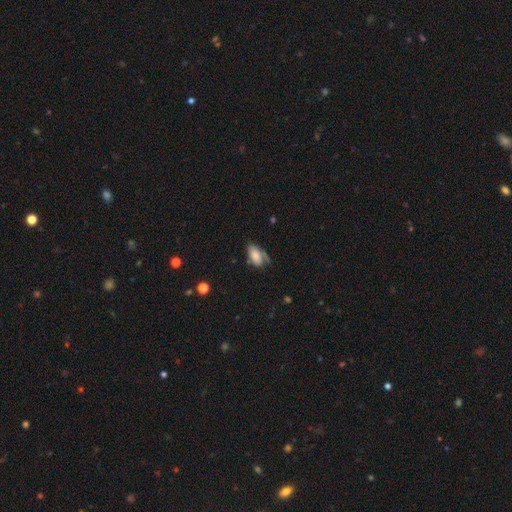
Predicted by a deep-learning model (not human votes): This appears to be a smooth galaxy with no disk features (77%) that is in between round and cigar-shaped (92%). Merging: none (50%).